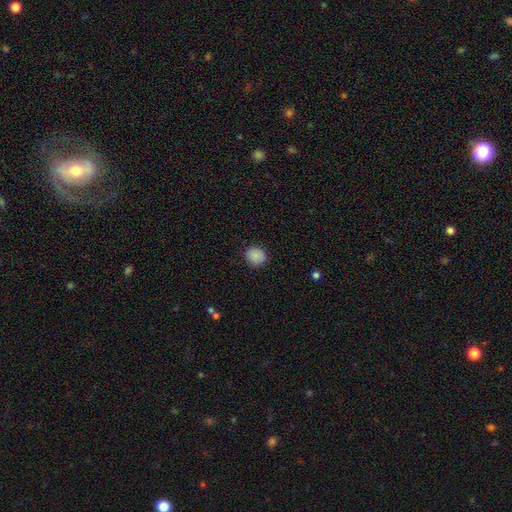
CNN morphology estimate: smooth_or_featured: smooth (p=0.87) [alt: star or artifact p=0.09]
how_rounded: round (p=0.81) [alt: in between p=0.18]
merging: none (p=0.86) [alt: minor disturbance p=0.10]